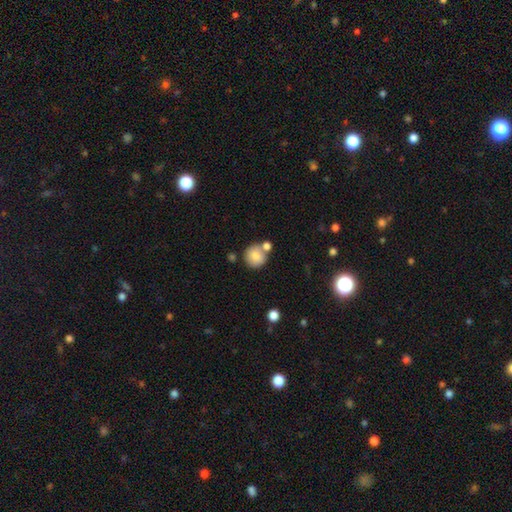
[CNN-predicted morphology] Smooth or featured? Predicted: smooth (p=0.81). How rounded? Predicted: round (p=0.90). Merging? Predicted: none (p=0.59).